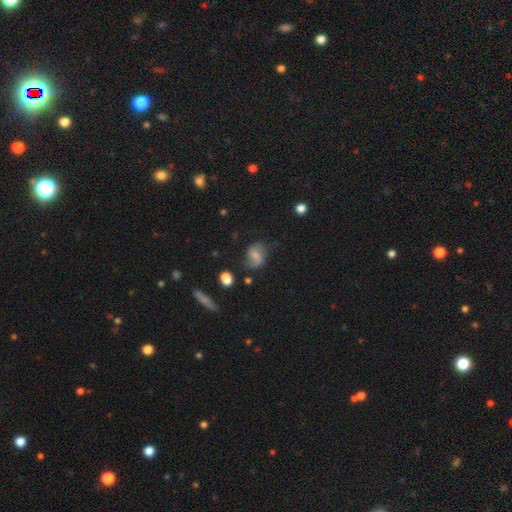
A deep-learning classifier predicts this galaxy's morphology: type=featured or disk (58%); edge-on=no (96%); bar=weak (46%); spiral arms=yes (86%); bulge=small (40%); merging=none (63%).